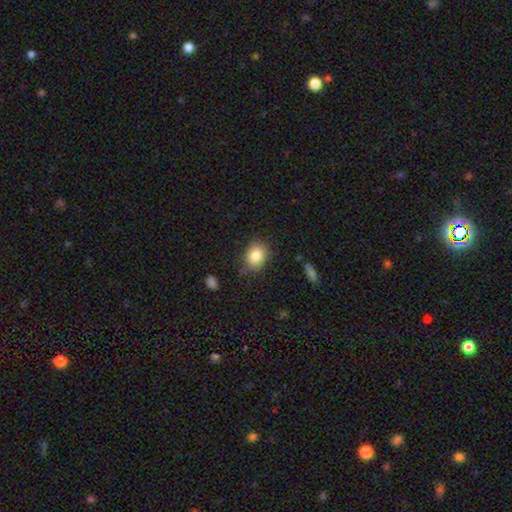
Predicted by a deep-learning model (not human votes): A smooth galaxy with no disk features (84%) that is in between round and cigar-shaped (60%).

Vote fractions:
- Smooth or featured? smooth: 84% / star or artifact: 9% / featured or disk: 7%
- How rounded? in between: 60% / round: 39% / cigar-shaped: 1%
- Merging? none: 80% / minor disturbance: 15% / major disturbance: 4% / merger: 2%